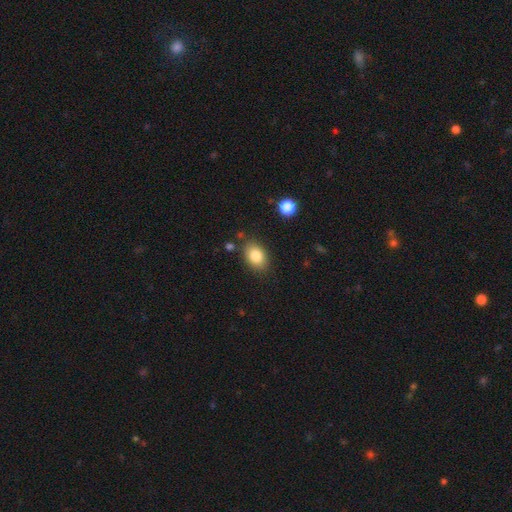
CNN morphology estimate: smooth_or_featured: smooth (p=0.83) [alt: featured or disk p=0.09]
how_rounded: in between (p=0.82) [alt: round p=0.17]
merging: none (p=0.81) [alt: minor disturbance p=0.12]